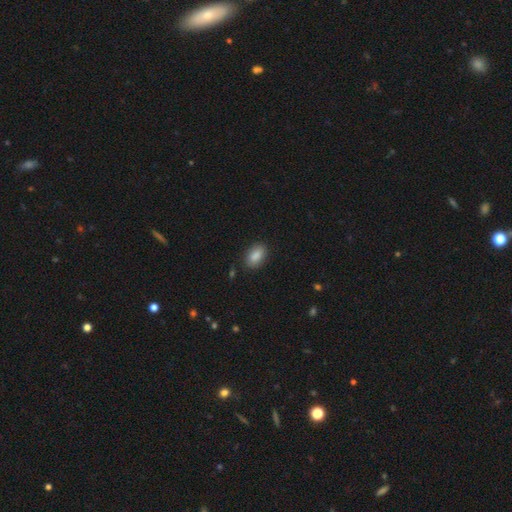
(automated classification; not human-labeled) A smooth galaxy with no disk features (88%) that is in between round and cigar-shaped (90%). Merging: none (85%).